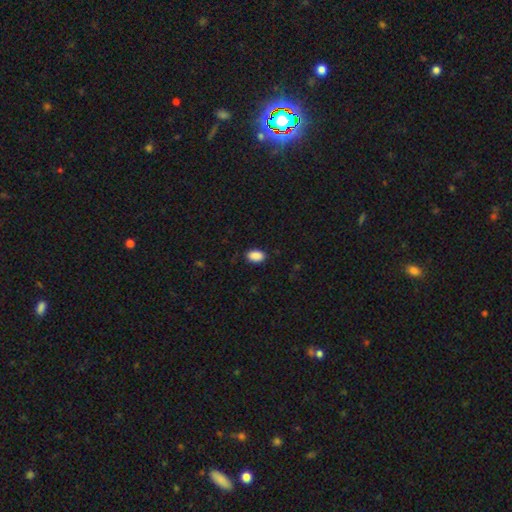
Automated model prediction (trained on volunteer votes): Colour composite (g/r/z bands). It shows a smooth galaxy with no disk features (90%) that is in between round and cigar-shaped (91%). Merging: none (86%).